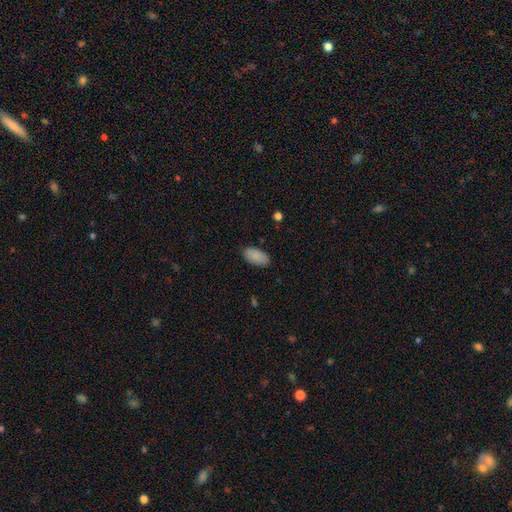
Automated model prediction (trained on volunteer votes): smooth-or-featured: smooth: 89% | star or artifact: 7% | featured or disk: 5%
  how-rounded: in between: 94% | cigar-shaped: 4% | round: 3%
  merging: none: 85% | minor disturbance: 11% | major disturbance: 2% | merger: 1%